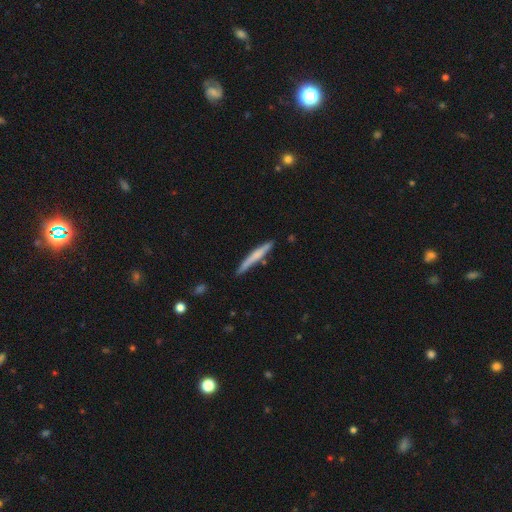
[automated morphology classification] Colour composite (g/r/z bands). It shows a smooth galaxy with no disk features (58%) that is cigar-shaped (96%). Merging: none (81%).